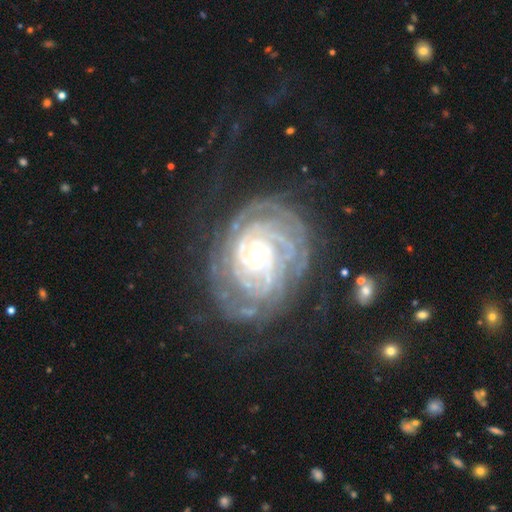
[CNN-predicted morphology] Smooth or featured? Predicted: featured or disk (p=0.90). Edge-on disk? Predicted: no (p=0.97). Bar? Predicted: no (p=0.69). Spiral arms? Predicted: yes (p=0.97). Spiral winding? Predicted: tight (p=0.82). Spiral arm count? Predicted: can't tell (p=0.31). Bulge size? Predicted: moderate (p=0.59). Merging? Predicted: none (p=0.66).